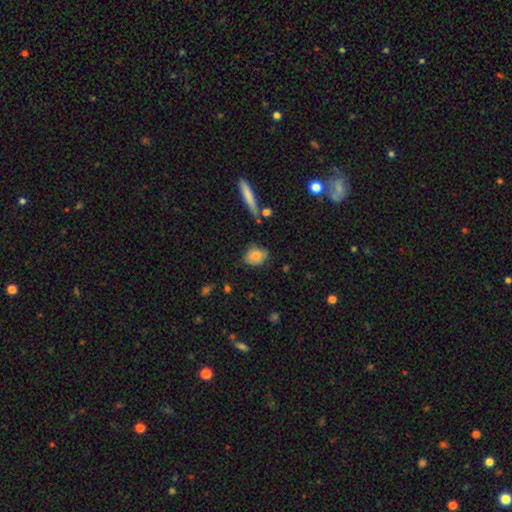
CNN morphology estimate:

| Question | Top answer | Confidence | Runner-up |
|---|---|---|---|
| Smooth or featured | smooth | 75% | featured or disk (17%) |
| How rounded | in between | 62% | round (35%) |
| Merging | none | 68% | minor disturbance (23%) |